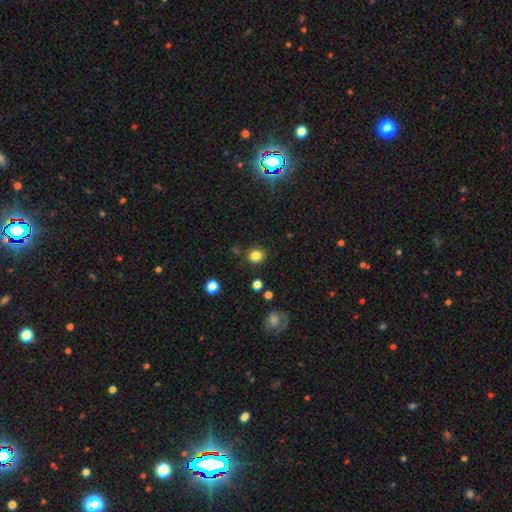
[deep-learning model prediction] Overall: smooth (82%). How rounded: round (90%). Merging: none (86%).